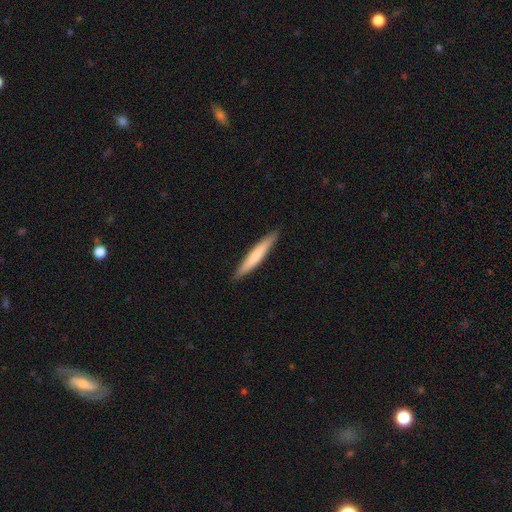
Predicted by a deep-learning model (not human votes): The model was most divided on "smooth or featured": smooth: 66%, featured or disk: 29%, star or artifact: 5%. More confident: how rounded — cigar-shaped (95%); merging — none (91%).